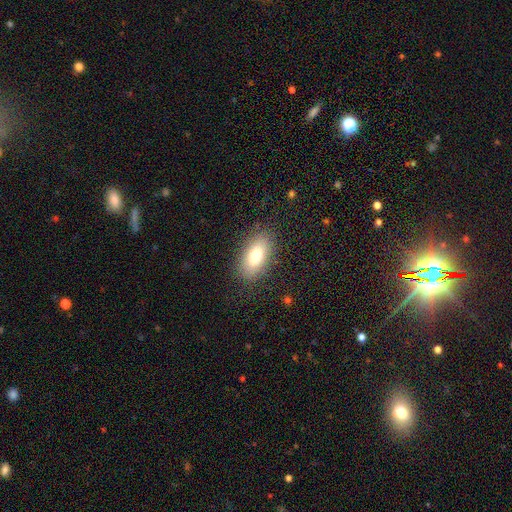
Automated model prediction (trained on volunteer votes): Smooth or featured: smooth — 74% (featured or disk — 17%)
How rounded: in between — 89% (round — 6%)
Merging: none — 85% (minor disturbance — 11%)